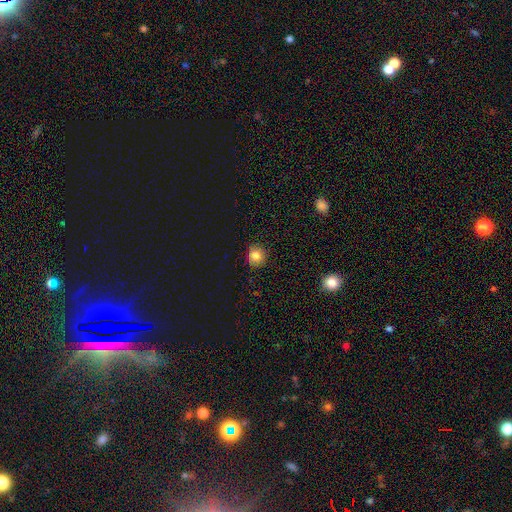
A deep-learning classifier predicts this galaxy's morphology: A smooth galaxy with no disk features (80%) that is round (88%). Merging: none (89%).